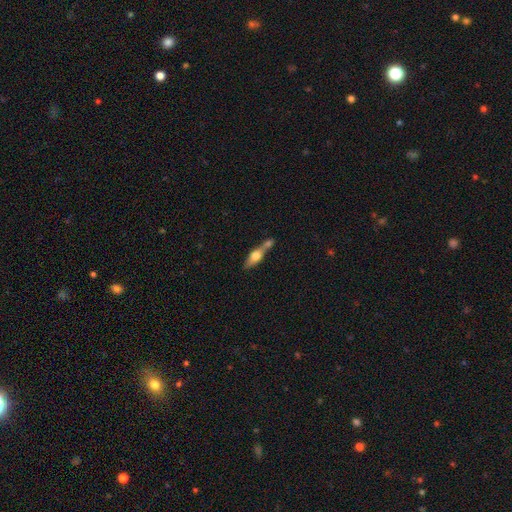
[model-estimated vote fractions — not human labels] Smooth or featured? featured or disk (50%)
Merging? merger (43%)